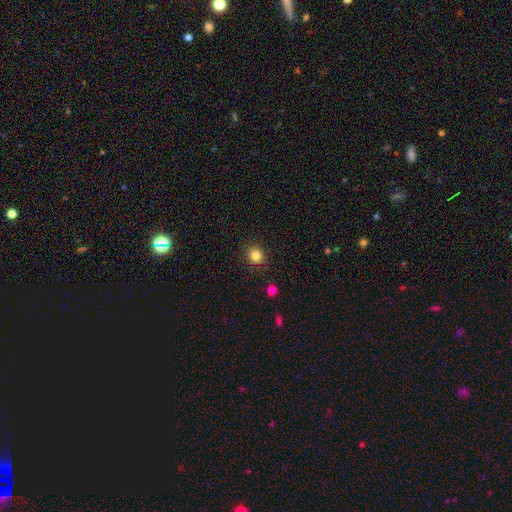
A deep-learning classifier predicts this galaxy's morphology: Smooth or featured? Predicted: smooth (p=0.83). How rounded? Predicted: round (p=0.87). Merging? Predicted: none (p=0.91).